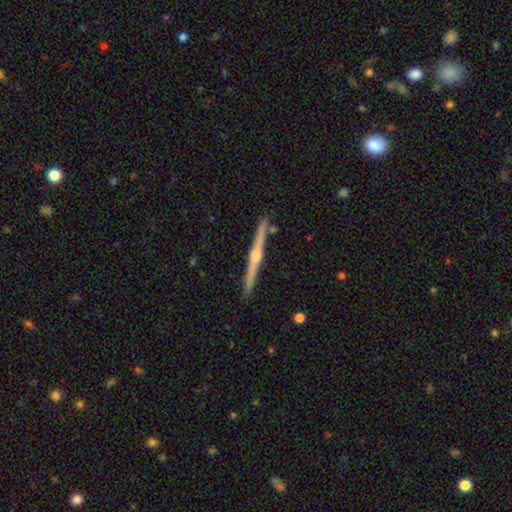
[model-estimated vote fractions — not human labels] Q: Smooth or featured?
A: featured or disk (80%); runner-up: smooth (15%)
Q: Edge-on disk?
A: yes (99%); runner-up: no (1%)
Q: Edge-on bulge?
A: rounded (88%); runner-up: none (8%)
Q: Merging?
A: none (91%); runner-up: minor disturbance (6%)